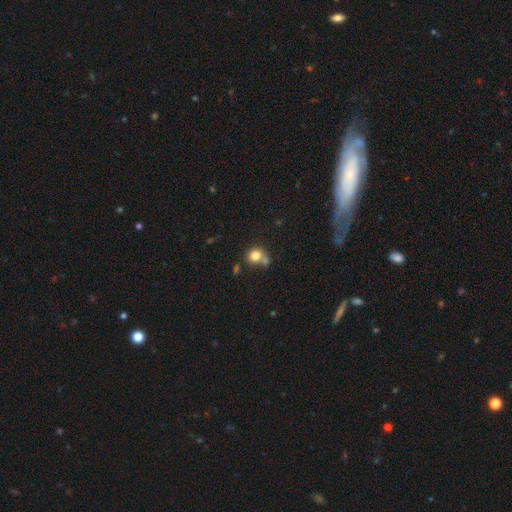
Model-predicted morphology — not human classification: smooth-or-featured: smooth: 80% | star or artifact: 11% | featured or disk: 9%
  how-rounded: round: 77% | in between: 22% | cigar-shaped: 1%
  merging: none: 50% | merger: 28% | minor disturbance: 15% | major disturbance: 7%